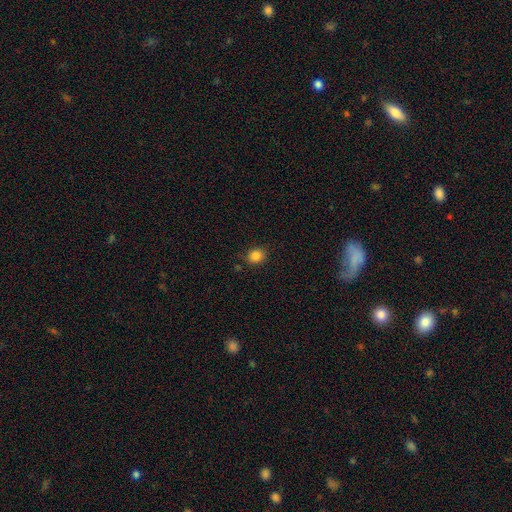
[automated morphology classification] smooth_or_featured: smooth (p=0.85) [alt: star or artifact p=0.11]
how_rounded: round (p=0.69) [alt: in between p=0.30]
merging: none (p=0.84) [alt: minor disturbance p=0.12]